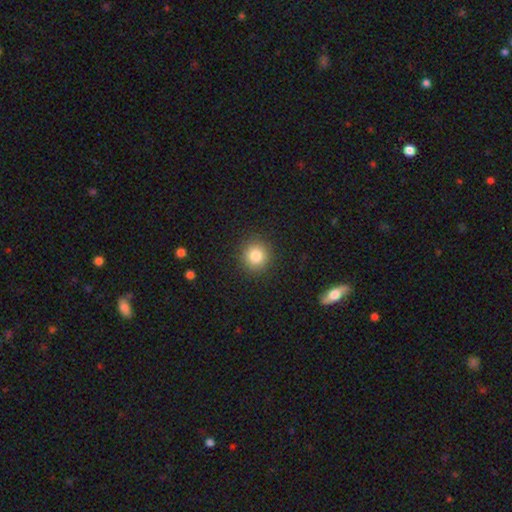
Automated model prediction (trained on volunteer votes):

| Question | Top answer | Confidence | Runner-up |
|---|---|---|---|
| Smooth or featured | smooth | 83% | star or artifact (11%) |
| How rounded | round | 93% | in between (6%) |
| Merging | none | 91% | minor disturbance (6%) |